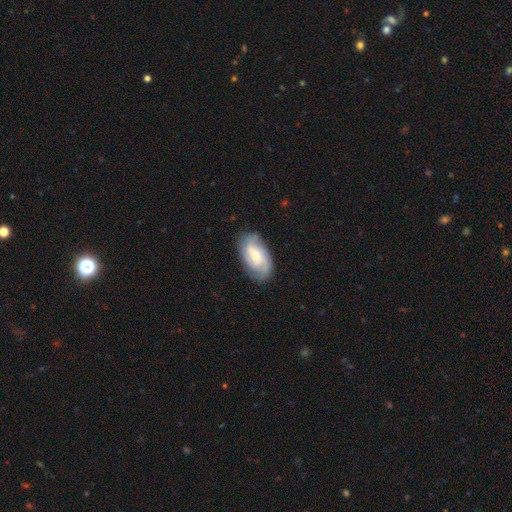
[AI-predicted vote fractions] Q: Smooth or featured?
A: featured or disk (60%); runner-up: smooth (34%)
Q: Edge-on disk?
A: no (95%); runner-up: yes (5%)
Q: Bar?
A: no (54%); runner-up: weak (38%)
Q: Spiral arms?
A: yes (91%); runner-up: no (9%)
Q: Spiral winding?
A: medium (42%); runner-up: tight (40%)
Q: Spiral arm count?
A: 2 (33%); runner-up: can't tell (27%)
Q: Bulge size?
A: moderate (41%); runner-up: small (39%)
Q: Merging?
A: none (77%); runner-up: minor disturbance (17%)